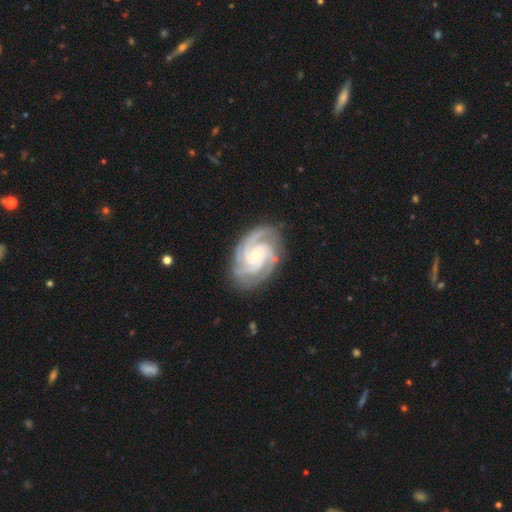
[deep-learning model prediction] Smooth or featured? featured or disk (91%)
Edge-on disk? no (98%)
Bar? no (69%)
Spiral arms? yes (98%)
Spiral winding? tight (66%)
Spiral arm count? 3 (50%)
Bulge size? small (63%)
Merging? none (80%)